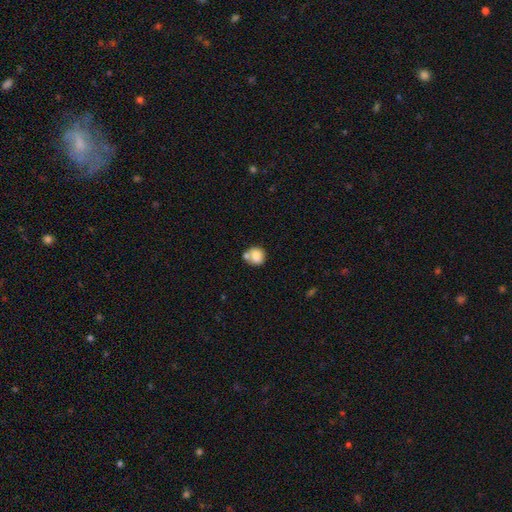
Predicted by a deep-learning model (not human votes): The model was most divided on "merging": none: 45%, merger: 37%, minor disturbance: 13%, major disturbance: 5%. More confident: smooth or featured — smooth (80%); how rounded — round (79%).